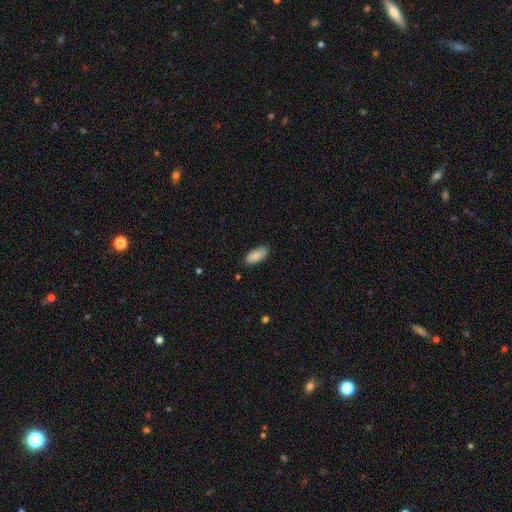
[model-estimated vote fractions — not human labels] smooth_or_featured: smooth (p=0.85) [alt: featured or disk p=0.09]
how_rounded: in between (p=0.89) [alt: cigar-shaped p=0.09]
merging: none (p=0.82) [alt: minor disturbance p=0.14]